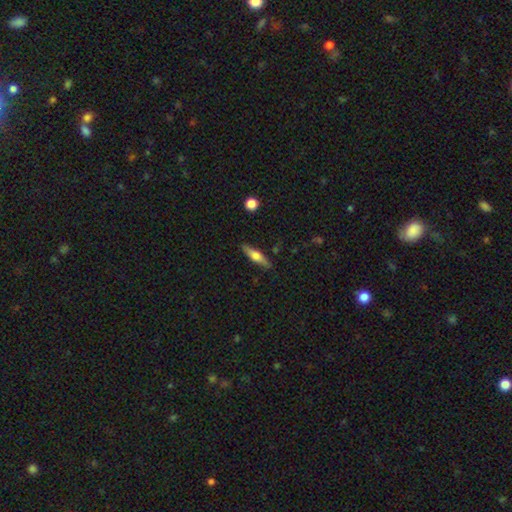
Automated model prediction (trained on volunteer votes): Overall: featured or disk (49%; smooth 45%). Merging: none (87%).